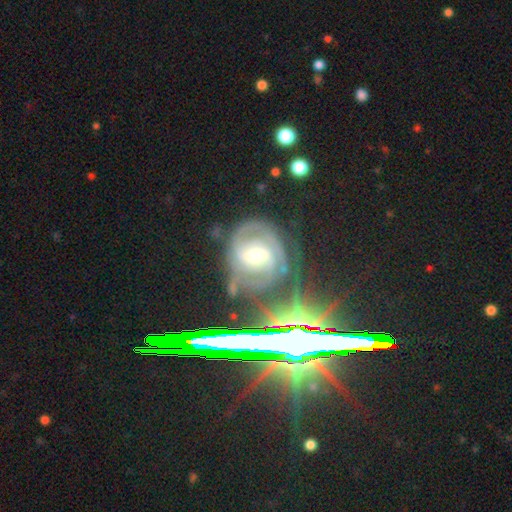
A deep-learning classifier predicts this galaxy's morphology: Smooth or featured? featured or disk (72%)
Edge-on disk? no (96%)
Bar? no (50%)
Spiral arms? yes (89%)
Spiral winding? tight (59%)
Spiral arm count? 2 (39%)
Bulge size? moderate (69%)
Merging? none (63%)